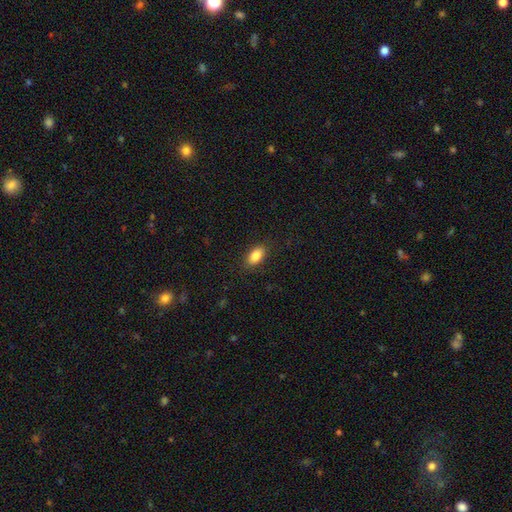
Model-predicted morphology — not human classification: smooth 86%, star or artifact 8%, featured or disk 7%. Down the decision tree: how rounded — in between (91%); merging — none (88%).